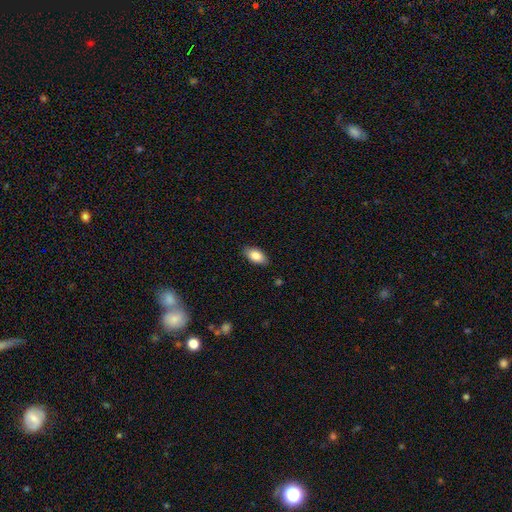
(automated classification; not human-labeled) A smooth galaxy with no disk features (84%) that is in between round and cigar-shaped (92%).

Vote fractions:
- Smooth or featured? smooth: 84% / featured or disk: 9% / star or artifact: 7%
- How rounded? in between: 92% / cigar-shaped: 4% / round: 4%
- Merging? none: 86% / minor disturbance: 11% / major disturbance: 2% / merger: 1%